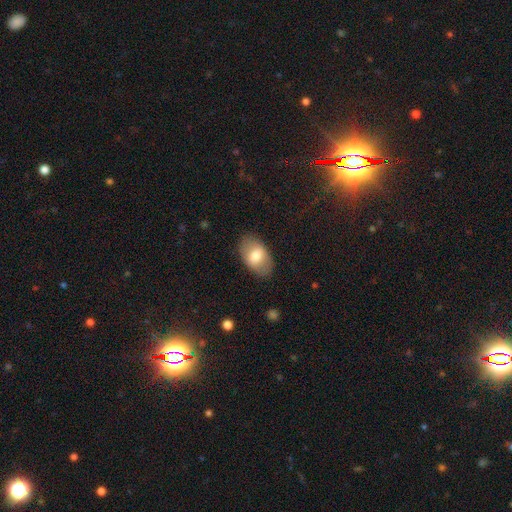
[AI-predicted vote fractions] A smooth galaxy with no disk features (68%) that is in between round and cigar-shaped (91%). Merging: none (83%).